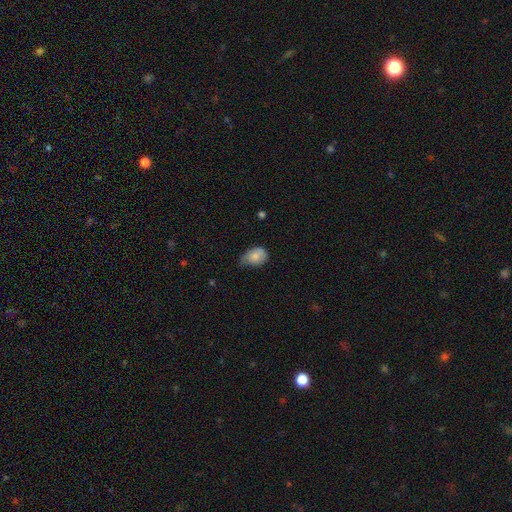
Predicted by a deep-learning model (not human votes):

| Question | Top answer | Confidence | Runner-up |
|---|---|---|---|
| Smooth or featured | smooth | 79% | featured or disk (14%) |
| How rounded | in between | 78% | round (21%) |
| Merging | minor disturbance | 50% | none (32%) |